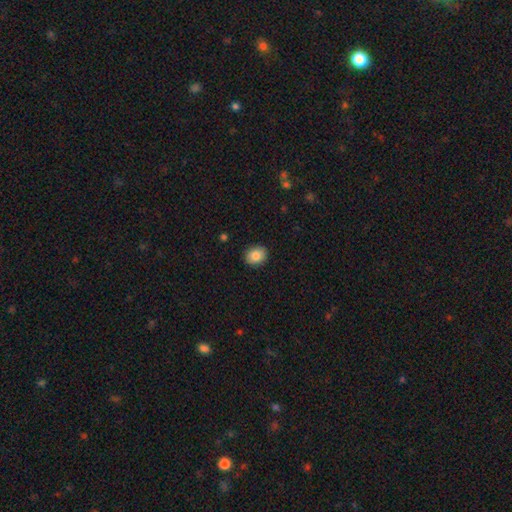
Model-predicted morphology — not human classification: This appears to be a smooth galaxy with no disk features (85%) that is round (64%). Merging: none (90%).